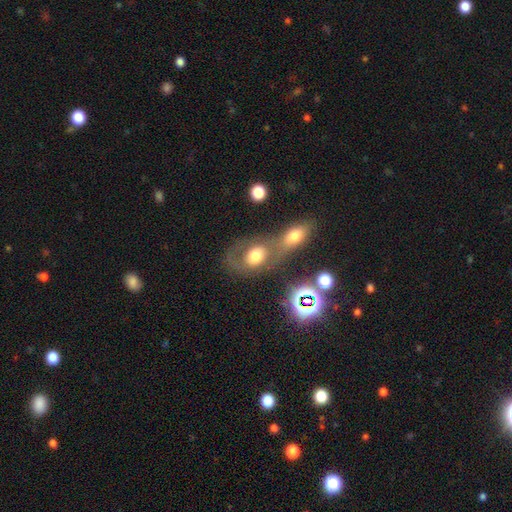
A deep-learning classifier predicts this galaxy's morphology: smooth_or_featured: smooth (p=0.59) [alt: featured or disk p=0.29]
how_rounded: in between (p=0.67) [alt: round p=0.32]
merging: merger (p=0.40) [alt: none p=0.37]